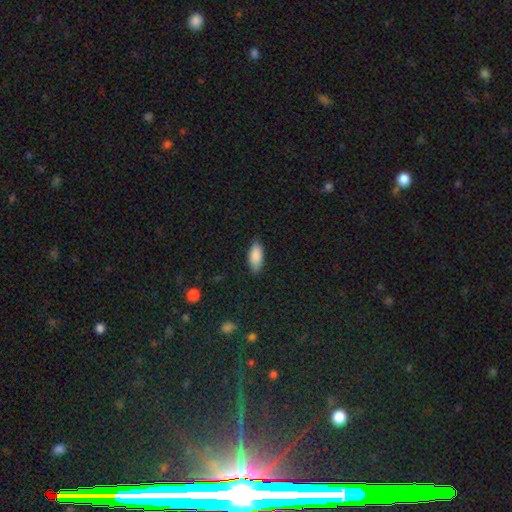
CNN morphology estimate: smooth_or_featured: smooth (p=0.87) [alt: featured or disk p=0.07]
how_rounded: in between (p=0.86) [alt: cigar-shaped p=0.12]
merging: none (p=0.82) [alt: minor disturbance p=0.14]